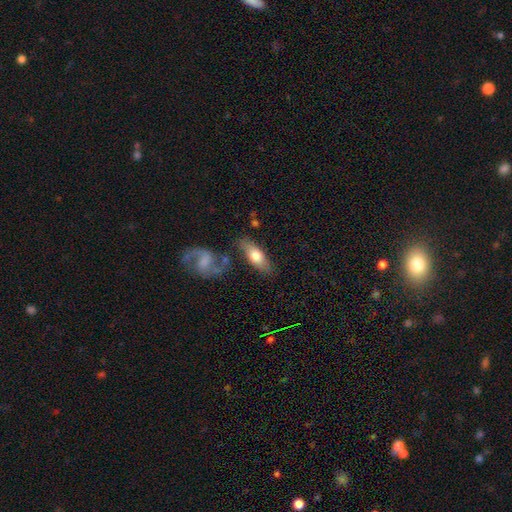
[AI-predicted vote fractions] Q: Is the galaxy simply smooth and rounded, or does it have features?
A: smooth — 63%.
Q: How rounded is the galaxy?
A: in between — 74%.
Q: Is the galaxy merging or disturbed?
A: none — 69%.